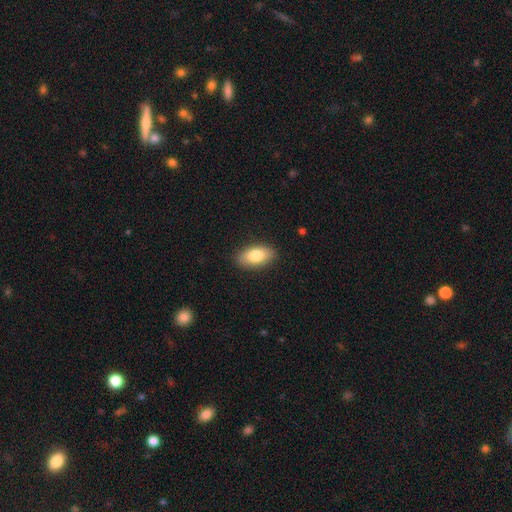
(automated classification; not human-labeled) smooth-or-featured: smooth: 79% | featured or disk: 14% | star or artifact: 7%
  how-rounded: in between: 91% | round: 4% | cigar-shaped: 4%
  merging: none: 88% | minor disturbance: 9% | major disturbance: 2% | merger: 1%